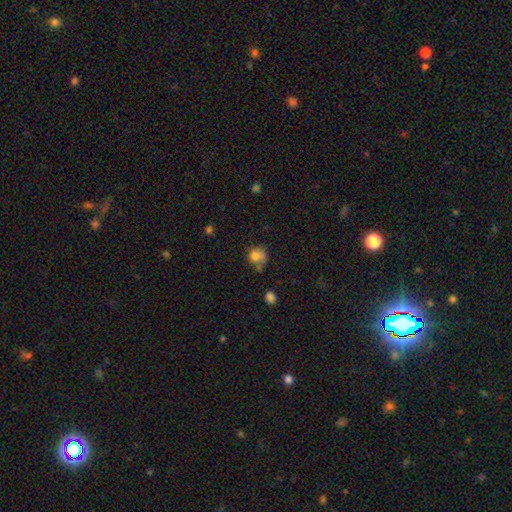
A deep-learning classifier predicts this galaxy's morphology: Smooth or featured?
  - smooth: 76% *
  - featured or disk: 13%
  - star or artifact: 11%
How rounded?
  - round: 73% *
  - in between: 26%
  - cigar-shaped: 1%
Merging?
  - none: 42% *
  - minor disturbance: 25%
  - merger: 19%
  - major disturbance: 13%